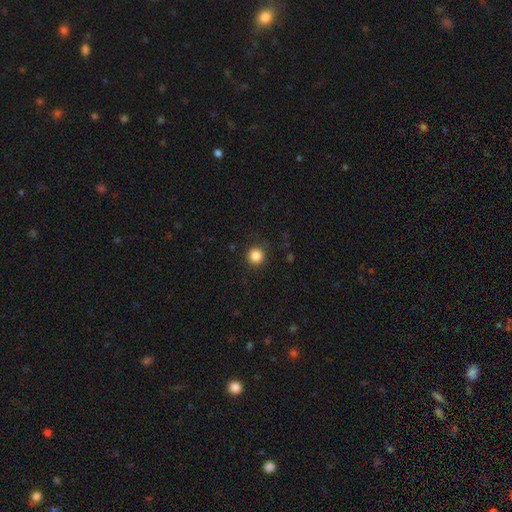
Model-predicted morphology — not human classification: This appears to be a smooth galaxy with no disk features (85%) that is round (94%). Merging: none (90%).